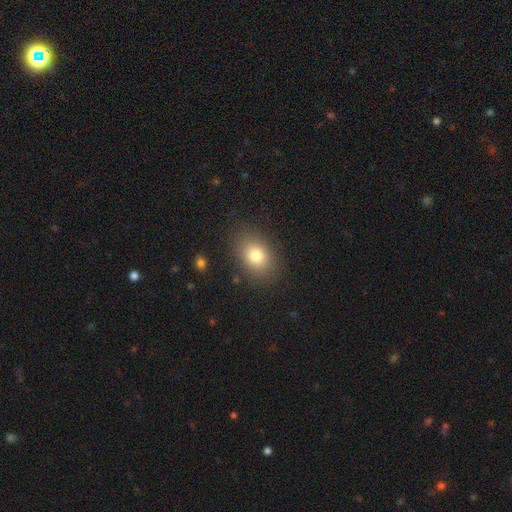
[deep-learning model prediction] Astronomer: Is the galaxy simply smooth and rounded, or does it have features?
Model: smooth — 78%.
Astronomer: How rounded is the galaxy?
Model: in between — 70%.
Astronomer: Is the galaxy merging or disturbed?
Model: none — 83%.